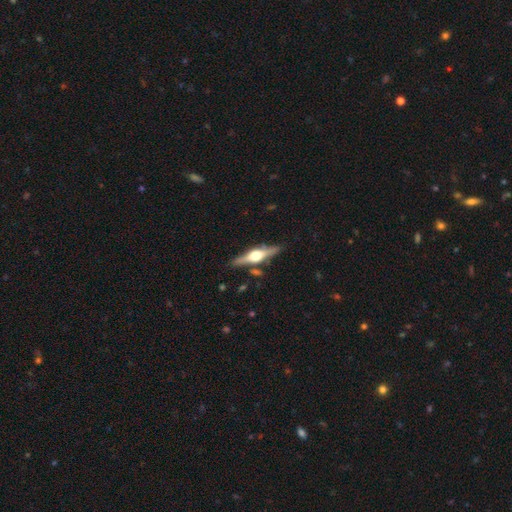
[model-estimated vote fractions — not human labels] Smooth or featured: featured or disk — 74% (smooth — 20%)
Edge-on disk: yes — 97% (no — 3%)
Edge-on bulge: rounded — 93% (boxy — 6%)
Merging: none — 85% (minor disturbance — 10%)